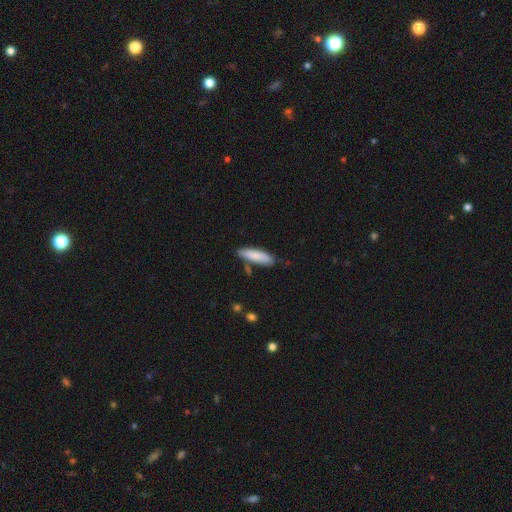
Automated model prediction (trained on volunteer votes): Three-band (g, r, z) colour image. It shows a smooth galaxy with no disk features (84%) that is cigar-shaped (60%). Merging: none (77%).